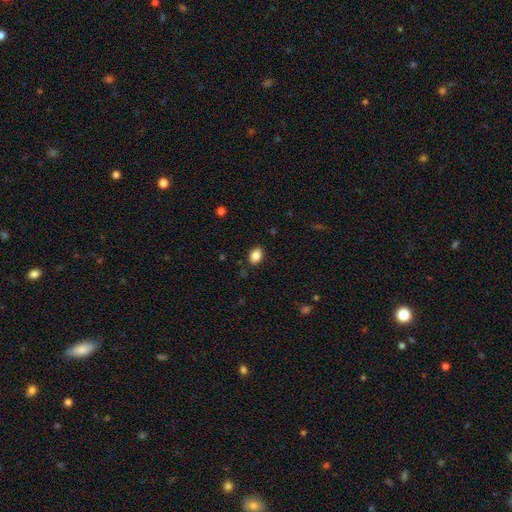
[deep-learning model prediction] Smooth or featured?
  - smooth: 86% *
  - star or artifact: 9%
  - featured or disk: 5%
How rounded?
  - in between: 79% *
  - round: 20%
  - cigar-shaped: 1%
Merging?
  - none: 87% *
  - minor disturbance: 10%
  - major disturbance: 2%
  - merger: 1%